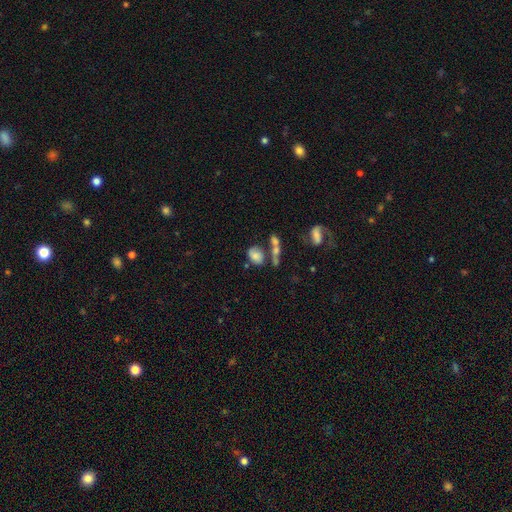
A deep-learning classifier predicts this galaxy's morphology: smooth 69%, featured or disk 21%, star or artifact 11%. Down the decision tree: how rounded — in between (73%); merging — none (44%).